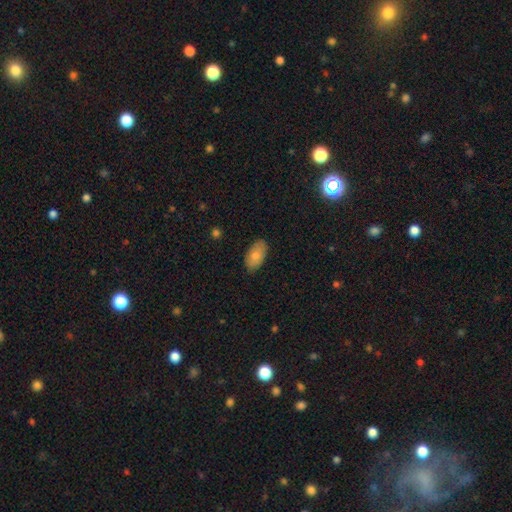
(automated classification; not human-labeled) Smooth or featured? smooth (83%)
How rounded? in between (94%)
Merging? none (85%)